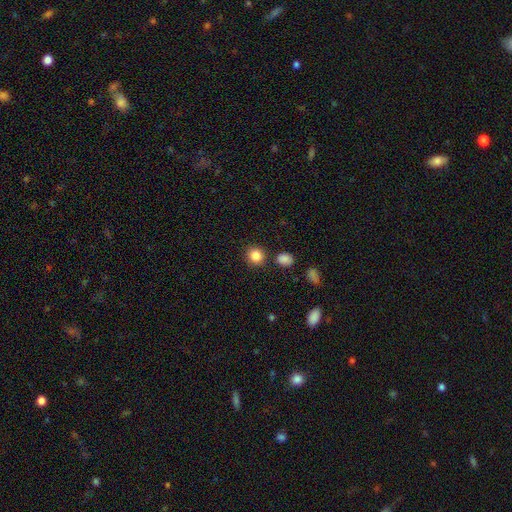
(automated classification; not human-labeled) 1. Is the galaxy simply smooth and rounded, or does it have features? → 86% smooth, 10% star or artifact, 4% featured or disk.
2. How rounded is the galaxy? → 86% round, 13% in between, 1% cigar-shaped.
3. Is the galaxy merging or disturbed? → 83% none, 8% minor disturbance, 6% merger, 3% major disturbance.